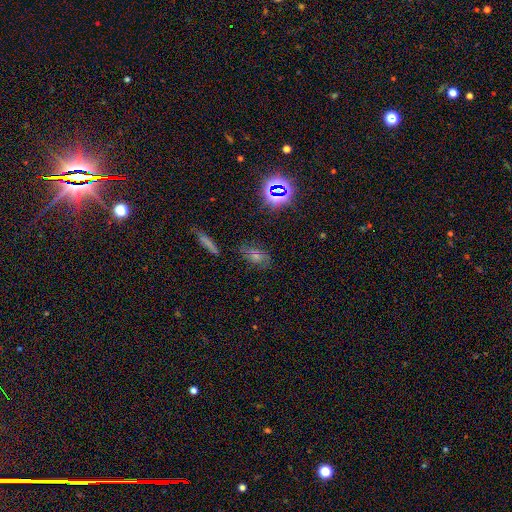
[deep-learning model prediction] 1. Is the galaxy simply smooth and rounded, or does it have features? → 49% smooth, 26% featured or disk, 25% star or artifact.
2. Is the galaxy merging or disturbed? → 69% none, 20% minor disturbance, 8% major disturbance, 3% merger.